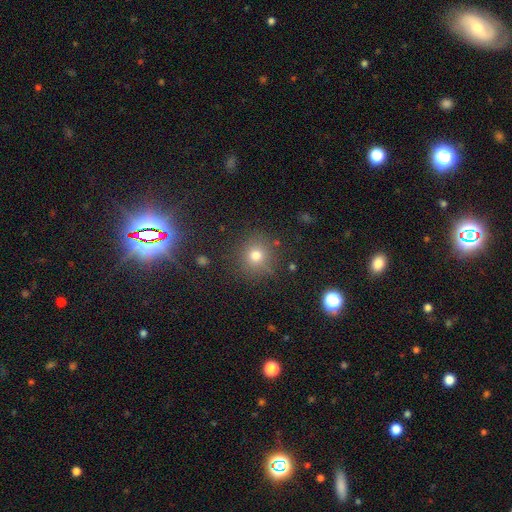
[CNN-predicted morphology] Smooth or featured? smooth (75%)
How rounded? round (92%)
Merging? none (85%)